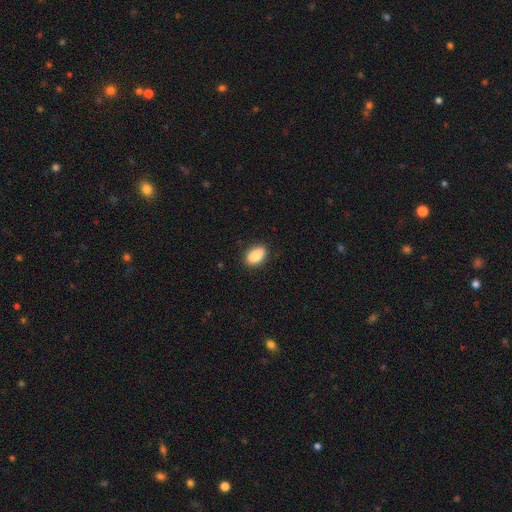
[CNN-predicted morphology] smooth_or_featured: smooth (p=0.88) [alt: star or artifact p=0.07]
how_rounded: in between (p=0.90) [alt: round p=0.08]
merging: none (p=0.88) [alt: minor disturbance p=0.10]